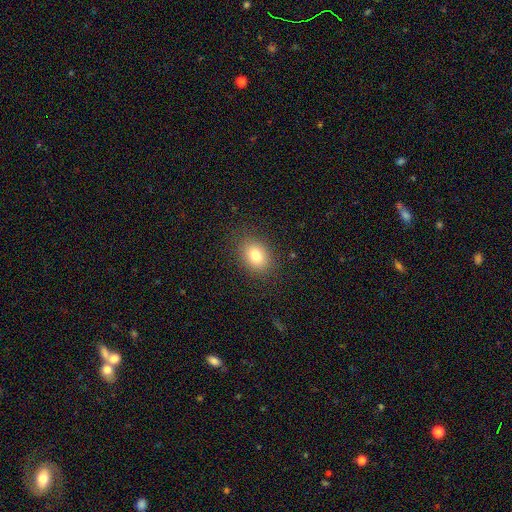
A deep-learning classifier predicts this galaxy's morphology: The model was most divided on "how rounded": in between: 67%, round: 32%, cigar-shaped: 1%. More confident: merging — none (87%); smooth or featured — smooth (80%).